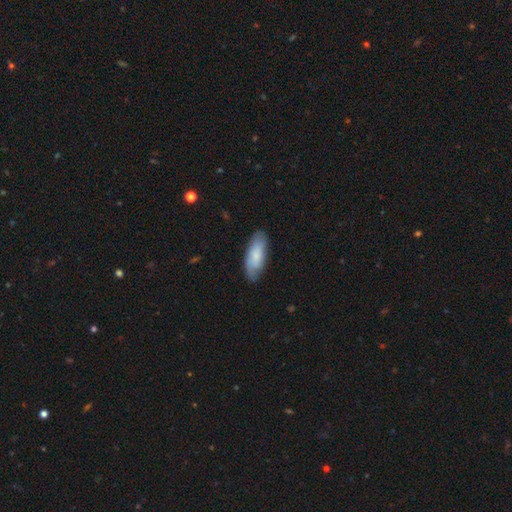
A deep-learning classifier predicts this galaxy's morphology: Smooth or featured? Predicted: smooth (p=0.71). How rounded? Predicted: in between (p=0.75). Merging? Predicted: none (p=0.78).